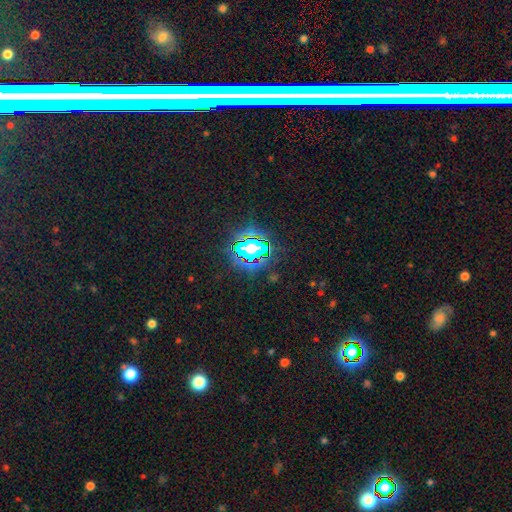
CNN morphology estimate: This appears to be a star or artifact, not a galaxy (76%).